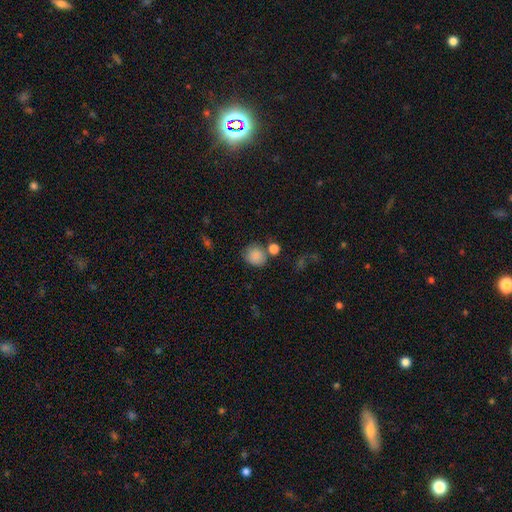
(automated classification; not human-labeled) Overall: smooth (85%). How rounded: round (80%). Merging: none (66%).